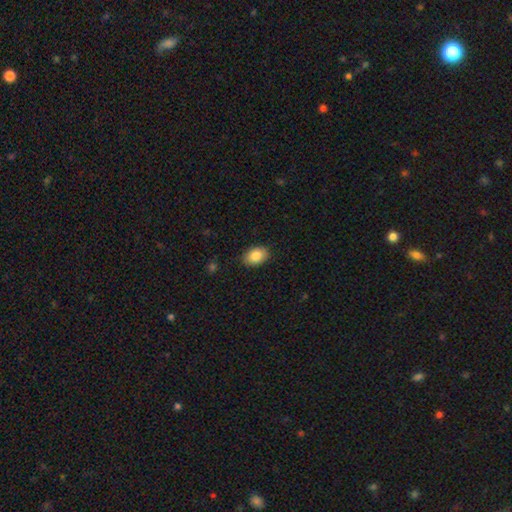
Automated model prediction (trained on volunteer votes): This appears to be a smooth galaxy with no disk features (86%) that is in between round and cigar-shaped (87%). Merging: none (88%).